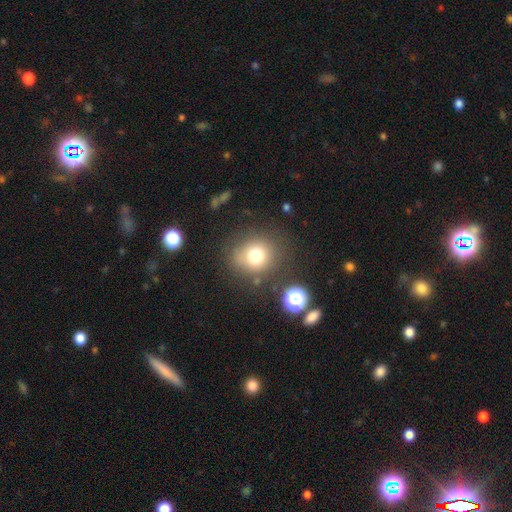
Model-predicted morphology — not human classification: smooth_or_featured: smooth (p=0.76) [alt: star or artifact p=0.14]
how_rounded: round (p=0.80) [alt: in between p=0.19]
merging: none (p=0.76) [alt: minor disturbance p=0.13]